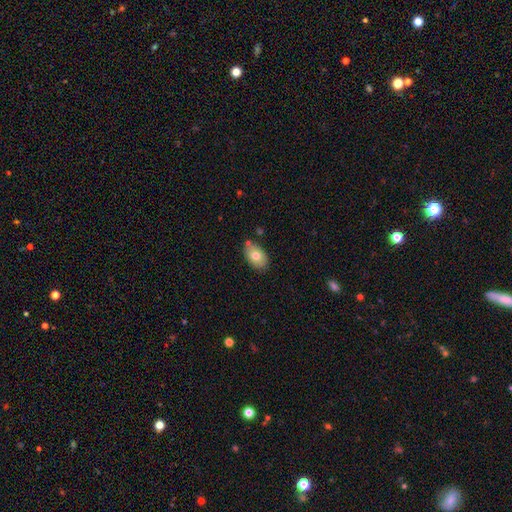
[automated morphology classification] This is likely a smooth galaxy (73%). How rounded: clearly in between (87%). Merging: likely none (74%).